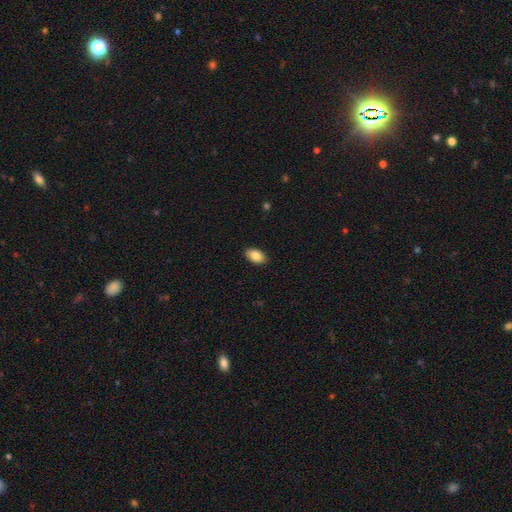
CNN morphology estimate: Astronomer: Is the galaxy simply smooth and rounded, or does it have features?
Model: smooth — 85%.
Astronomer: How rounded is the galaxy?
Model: in between — 93%.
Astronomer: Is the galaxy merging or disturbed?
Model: none — 89%.